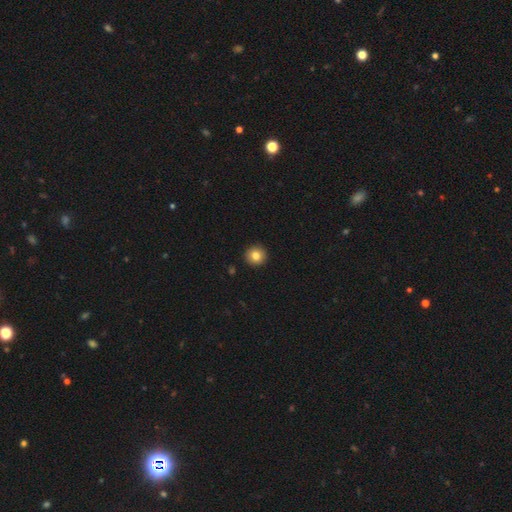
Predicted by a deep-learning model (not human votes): A smooth galaxy with no disk features (82%) that is round (95%).

Vote fractions:
- Smooth or featured? smooth: 82% / star or artifact: 10% / featured or disk: 8%
- How rounded? round: 95% / in between: 4% / cigar-shaped: 1%
- Merging? none: 93% / minor disturbance: 5% / major disturbance: 1% / merger: 1%